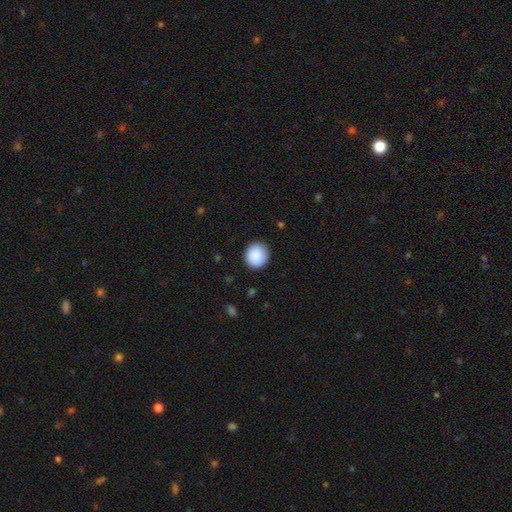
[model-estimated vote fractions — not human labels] The model was most divided on "how rounded": round: 84%, in between: 15%, cigar-shaped: 1%. More confident: smooth or featured — smooth (90%); merging — none (88%).